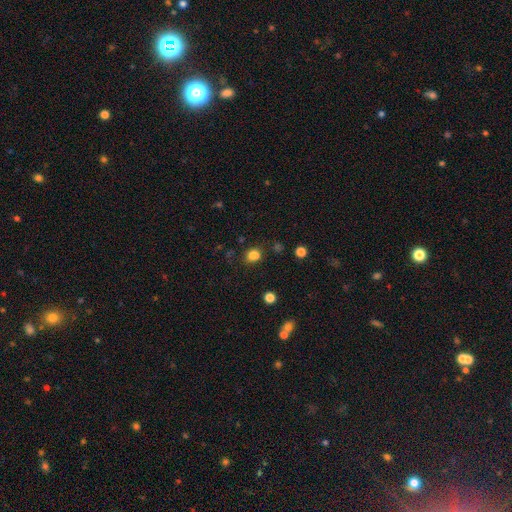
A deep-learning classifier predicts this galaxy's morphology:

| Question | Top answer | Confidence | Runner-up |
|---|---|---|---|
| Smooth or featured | smooth | 82% | star or artifact (14%) |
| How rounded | round | 58% | in between (41%) |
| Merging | none | 79% | minor disturbance (13%) |